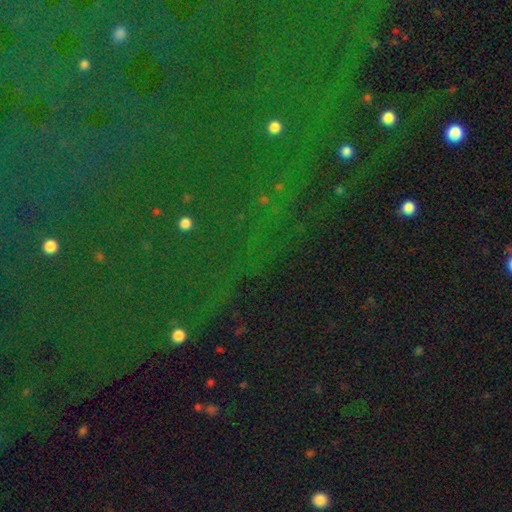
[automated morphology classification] This appears to be a star or artifact, not a galaxy (81%).